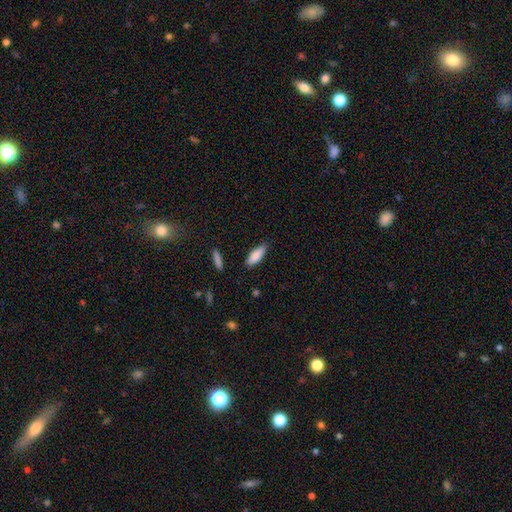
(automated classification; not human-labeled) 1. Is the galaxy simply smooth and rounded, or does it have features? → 85% smooth, 9% featured or disk, 6% star or artifact.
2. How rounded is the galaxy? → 64% in between, 34% cigar-shaped, 2% round.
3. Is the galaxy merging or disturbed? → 82% none, 14% minor disturbance, 3% major disturbance, 2% merger.